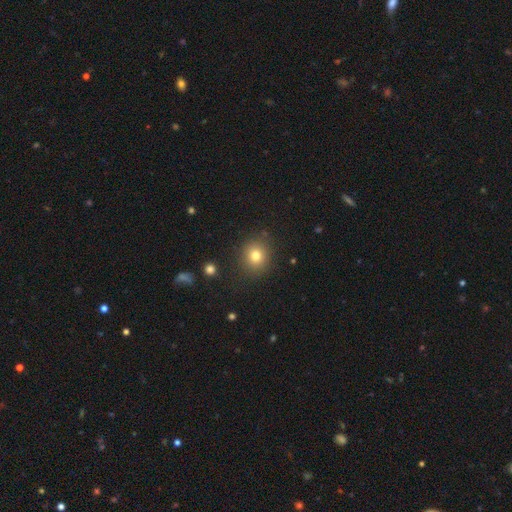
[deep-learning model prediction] Smooth or featured? Predicted: smooth (p=0.78). How rounded? Predicted: round (p=0.83). Merging? Predicted: none (p=0.87).